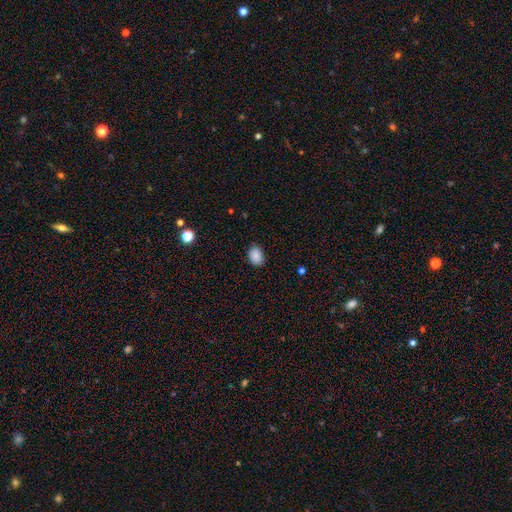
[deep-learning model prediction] smooth-or-featured: smooth: 88% | star or artifact: 9% | featured or disk: 4%
  how-rounded: in between: 73% | round: 26% | cigar-shaped: 1%
  merging: none: 85% | minor disturbance: 11% | major disturbance: 2% | merger: 1%